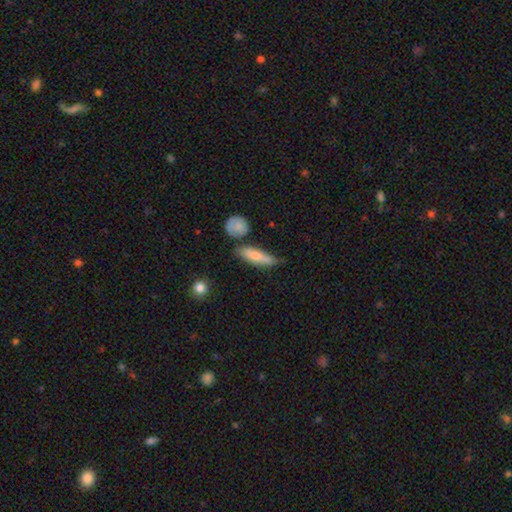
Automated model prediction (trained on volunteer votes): A smooth galaxy with no disk features (75%) that is cigar-shaped (62%).

Vote fractions:
- Smooth or featured? smooth: 75% / featured or disk: 19% / star or artifact: 6%
- How rounded? cigar-shaped: 62% / in between: 36% / round: 3%
- Merging? none: 62% / minor disturbance: 24% / merger: 9% / major disturbance: 6%